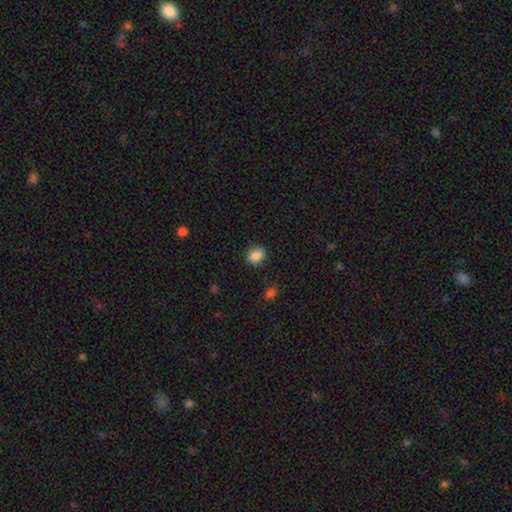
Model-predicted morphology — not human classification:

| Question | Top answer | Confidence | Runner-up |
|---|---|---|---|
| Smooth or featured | smooth | 86% | star or artifact (9%) |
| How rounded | in between | 52% | round (47%) |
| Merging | none | 82% | minor disturbance (13%) |